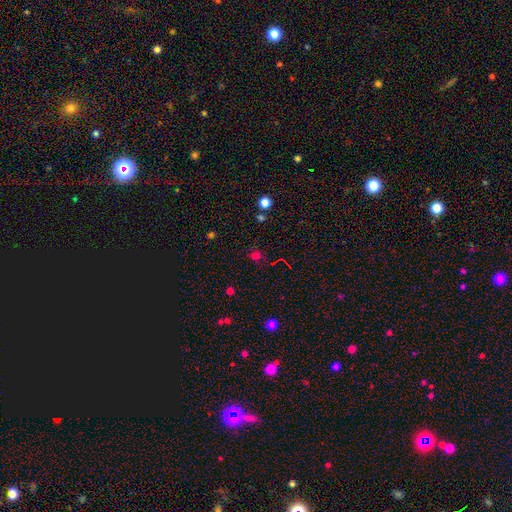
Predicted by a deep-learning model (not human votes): The model was most divided on "smooth or featured": smooth: 58%, star or artifact: 36%, featured or disk: 6%. More confident: merging — none (80%); how rounded — round (76%).